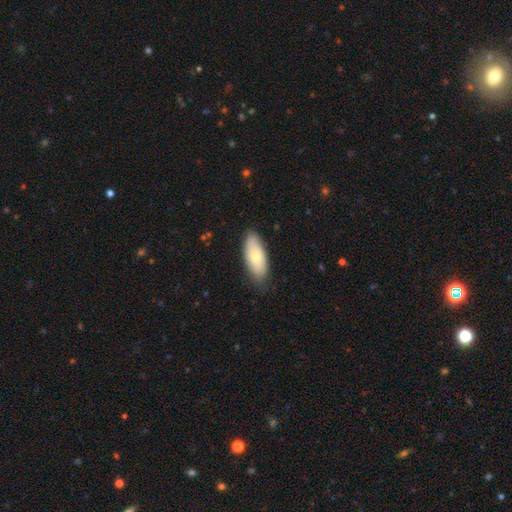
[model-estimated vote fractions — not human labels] smooth_or_featured: smooth (p=0.68) [alt: featured or disk p=0.26]
how_rounded: in between (p=0.85) [alt: cigar-shaped p=0.12]
merging: none (p=0.82) [alt: minor disturbance p=0.15]